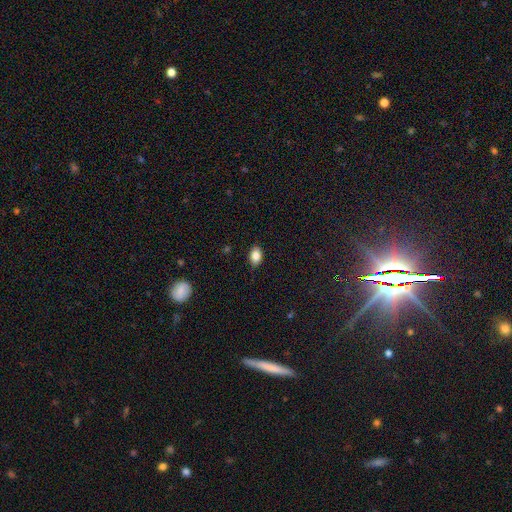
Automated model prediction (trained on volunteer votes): smooth-or-featured: smooth: 86% | star or artifact: 9% | featured or disk: 6%
  how-rounded: in between: 82% | round: 16% | cigar-shaped: 2%
  merging: none: 84% | minor disturbance: 12% | major disturbance: 2% | merger: 1%